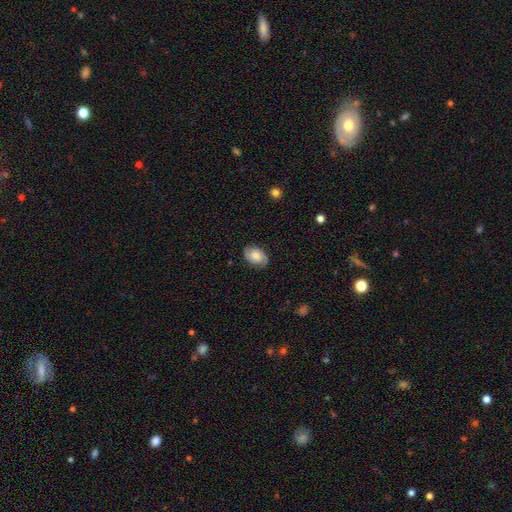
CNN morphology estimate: type=smooth (50%); roundness=in between (76%); merging=none (80%).